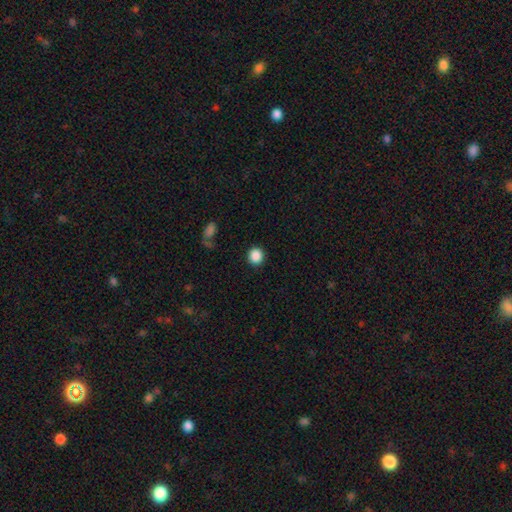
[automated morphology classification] Smooth or featured? smooth (88%)
How rounded? round (91%)
Merging? none (91%)